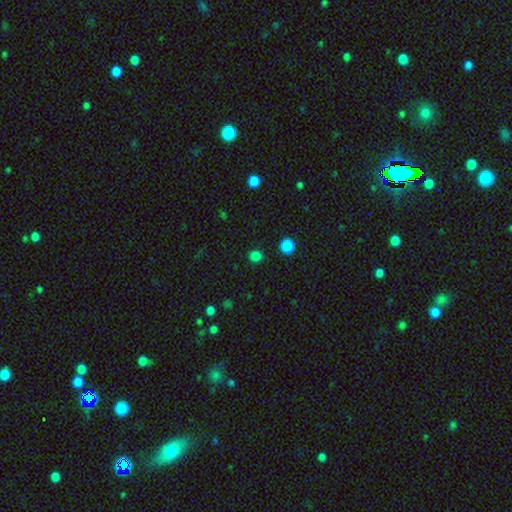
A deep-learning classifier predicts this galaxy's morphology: The model was most divided on "smooth or featured": smooth: 79%, star or artifact: 18%, featured or disk: 3%. More confident: merging — none (89%); how rounded — round (85%).